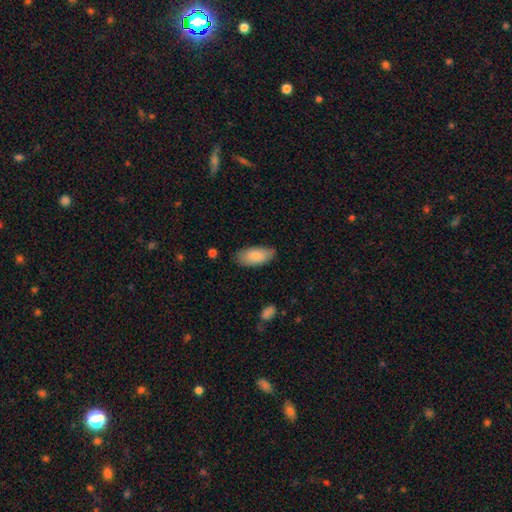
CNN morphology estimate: Smooth or featured: smooth — 86% (featured or disk — 8%)
How rounded: in between — 91% (cigar-shaped — 7%)
Merging: none — 78% (minor disturbance — 17%)